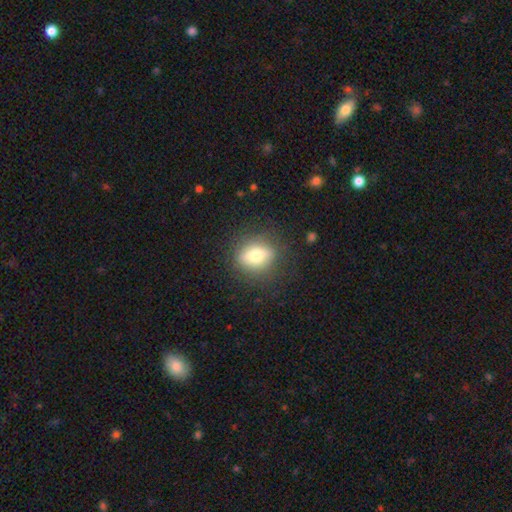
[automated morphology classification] A smooth galaxy with no disk features (59%) that is round (59%).

Vote fractions:
- Smooth or featured? smooth: 59% / featured or disk: 31% / star or artifact: 10%
- How rounded? round: 59% / in between: 37% / cigar-shaped: 4%
- Merging? none: 82% / minor disturbance: 12% / major disturbance: 5% / merger: 1%